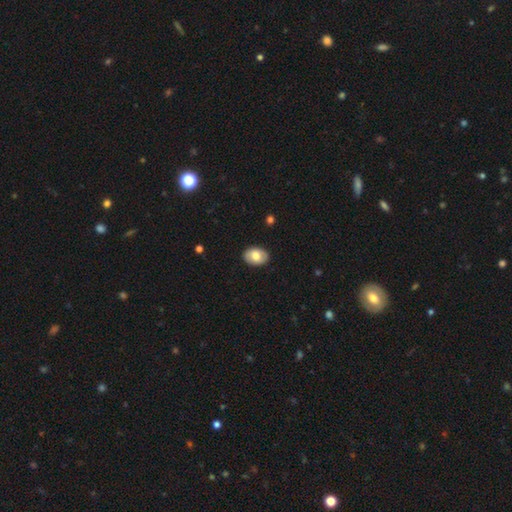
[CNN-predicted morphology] Smooth or featured? Predicted: smooth (p=0.75). How rounded? Predicted: in between (p=0.80). Merging? Predicted: none (p=0.88).